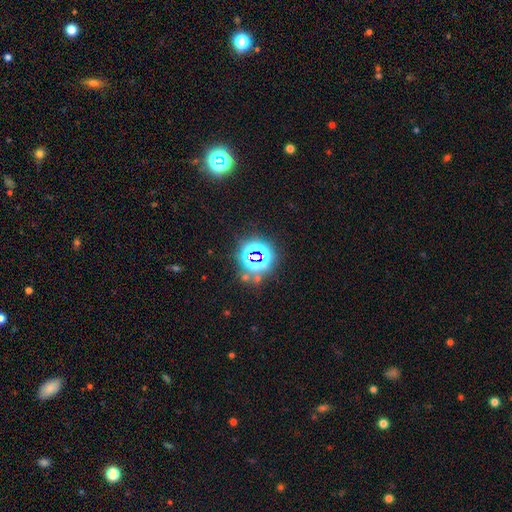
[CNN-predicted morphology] smooth_or_featured: star or artifact (p=0.73) [alt: smooth p=0.17]